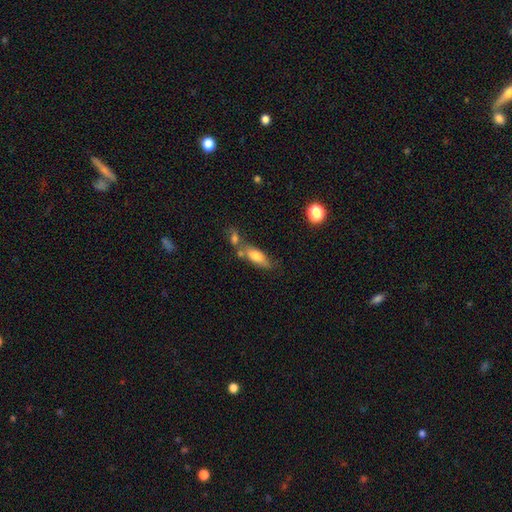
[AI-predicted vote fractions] smooth_or_featured: smooth (p=0.70) [alt: featured or disk p=0.22]
how_rounded: in between (p=0.69) [alt: cigar-shaped p=0.28]
merging: none (p=0.42) [alt: merger p=0.36]